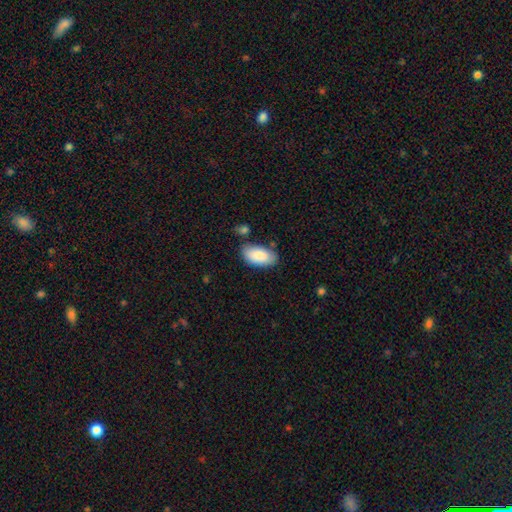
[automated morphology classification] smooth_or_featured: smooth (p=0.87) [alt: featured or disk p=0.07]
how_rounded: in between (p=0.95) [alt: cigar-shaped p=0.03]
merging: none (p=0.73) [alt: minor disturbance p=0.17]